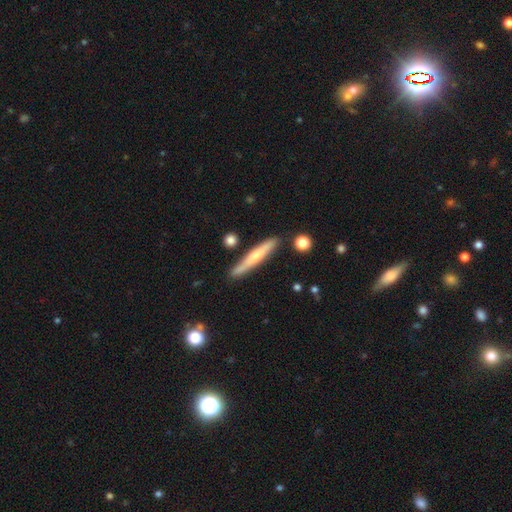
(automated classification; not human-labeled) Smooth or featured?
  - smooth: 50% *
  - featured or disk: 45%
  - star or artifact: 6%
Merging?
  - none: 82% *
  - minor disturbance: 12%
  - merger: 4%
  - major disturbance: 2%